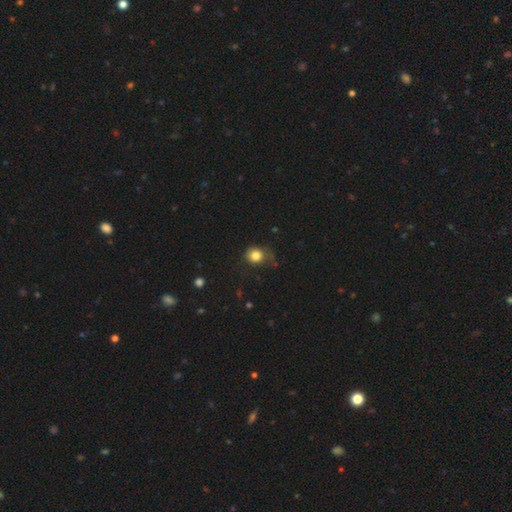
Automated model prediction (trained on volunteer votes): Smooth or featured?
  - smooth: 82% *
  - star or artifact: 11%
  - featured or disk: 8%
How rounded?
  - round: 78% *
  - in between: 21%
  - cigar-shaped: 1%
Merging?
  - none: 61% *
  - minor disturbance: 26%
  - major disturbance: 11%
  - merger: 2%